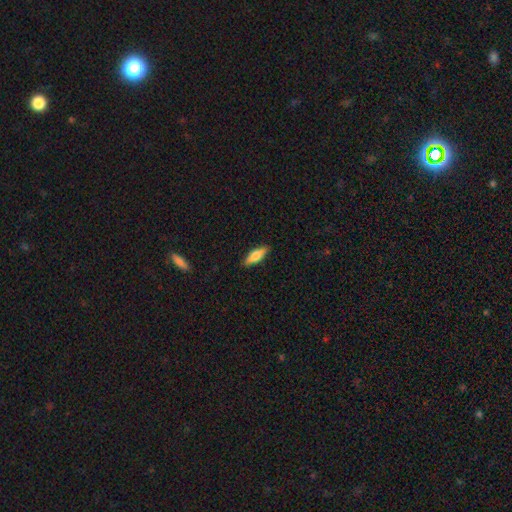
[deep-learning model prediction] Smooth or featured: smooth — 61% (featured or disk — 33%)
How rounded: cigar-shaped — 52% (in between — 46%)
Merging: none — 88% (minor disturbance — 9%)